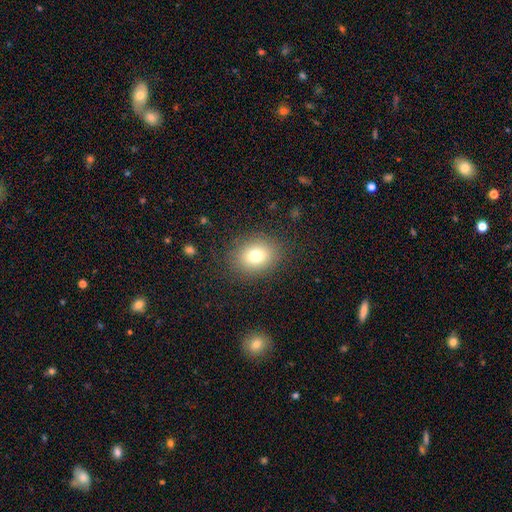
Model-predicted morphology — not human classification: Q: Smooth or featured?
A: smooth (77%); runner-up: star or artifact (12%)
Q: How rounded?
A: in between (52%); runner-up: round (47%)
Q: Merging?
A: none (84%); runner-up: minor disturbance (10%)